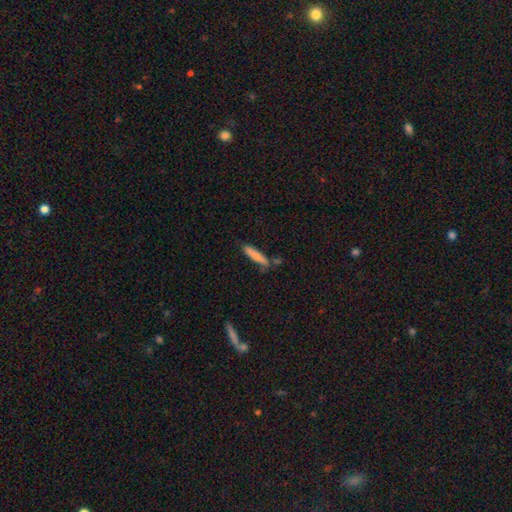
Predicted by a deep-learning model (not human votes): Smooth or featured? smooth (77%)
How rounded? cigar-shaped (85%)
Merging? none (68%)